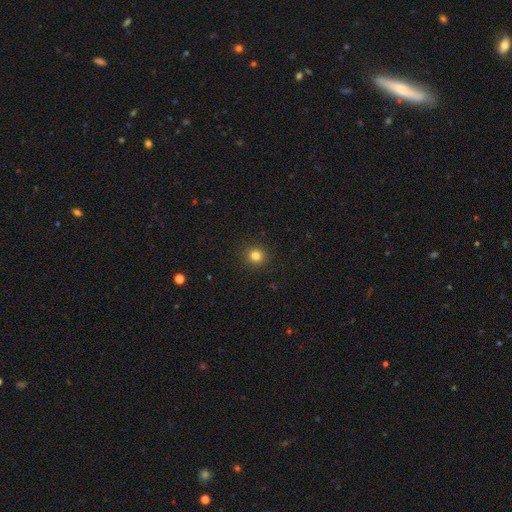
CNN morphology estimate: type=smooth (82%); roundness=round (90%); merging=none (92%).